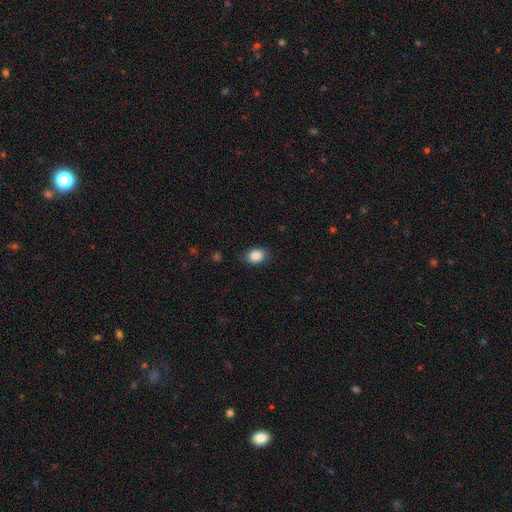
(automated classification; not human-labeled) Smooth or featured: smooth — 88% (star or artifact — 8%)
How rounded: in between — 66% (round — 33%)
Merging: none — 81% (minor disturbance — 14%)